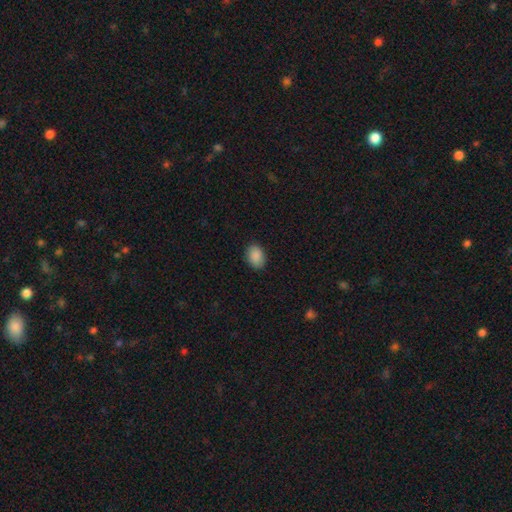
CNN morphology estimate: smooth_or_featured: smooth (p=0.89) [alt: star or artifact p=0.07]
how_rounded: in between (p=0.76) [alt: round p=0.23]
merging: none (p=0.85) [alt: minor disturbance p=0.11]